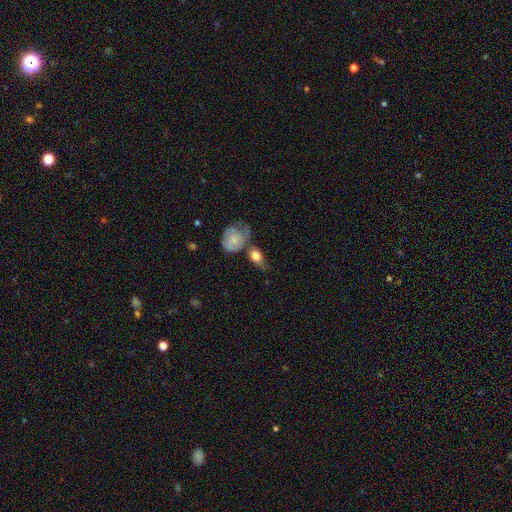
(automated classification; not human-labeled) This is likely a smooth galaxy (66%). How rounded: likely in between (63%). Merging: marginally none (39%).